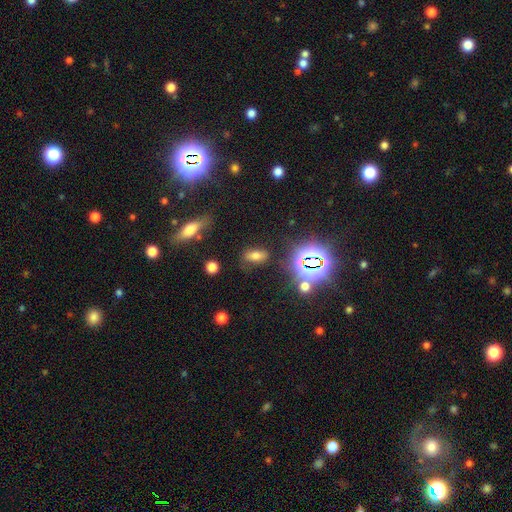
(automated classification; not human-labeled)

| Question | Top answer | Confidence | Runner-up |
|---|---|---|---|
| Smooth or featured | smooth | 61% | star or artifact (26%) |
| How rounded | in between | 83% | round (9%) |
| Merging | none | 73% | minor disturbance (16%) |